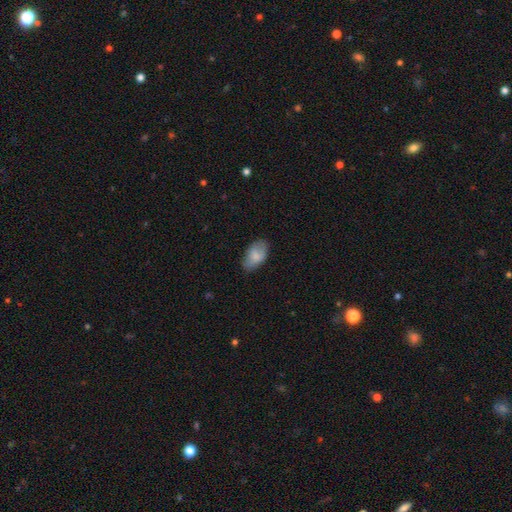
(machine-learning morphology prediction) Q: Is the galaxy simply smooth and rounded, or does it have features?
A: smooth — 77%.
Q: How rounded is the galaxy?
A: in between — 93%.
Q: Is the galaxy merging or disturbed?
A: none — 69%.